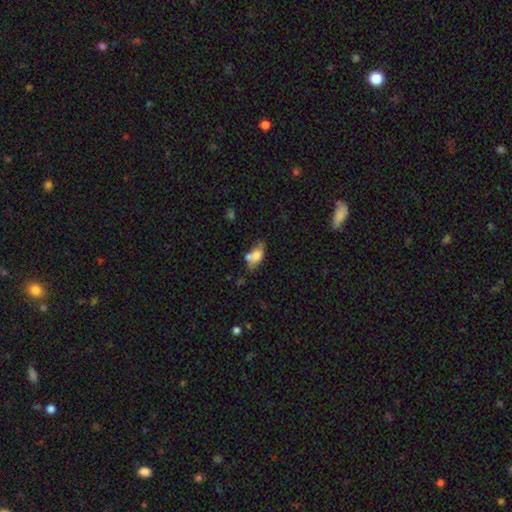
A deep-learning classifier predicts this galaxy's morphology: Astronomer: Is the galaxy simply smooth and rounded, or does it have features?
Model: smooth — 69%.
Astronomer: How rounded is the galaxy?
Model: in between — 85%.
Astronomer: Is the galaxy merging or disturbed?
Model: none — 47% (runner-up: merger, 29%).